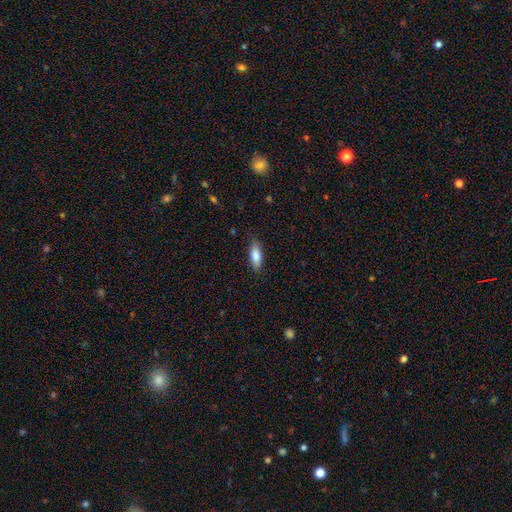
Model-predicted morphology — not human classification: A smooth galaxy with no disk features (80%) that is in between round and cigar-shaped (62%).

Vote fractions:
- Smooth or featured? smooth: 80% / featured or disk: 14% / star or artifact: 6%
- How rounded? in between: 62% / cigar-shaped: 36% / round: 2%
- Merging? none: 81% / minor disturbance: 15% / major disturbance: 3% / merger: 1%